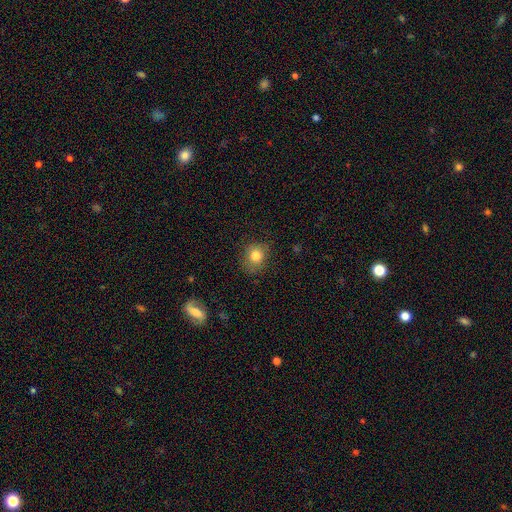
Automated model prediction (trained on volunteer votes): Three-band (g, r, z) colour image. It shows a smooth galaxy with no disk features (81%) that is round (72%). Merging: none (77%).